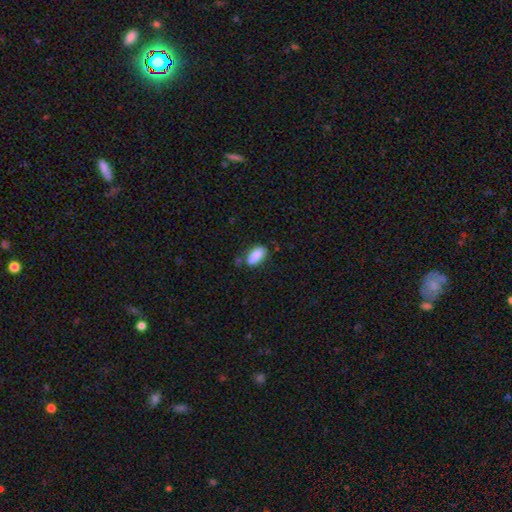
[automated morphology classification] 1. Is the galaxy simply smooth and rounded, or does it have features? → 87% smooth, 7% star or artifact, 6% featured or disk.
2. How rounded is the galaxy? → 79% in between, 18% cigar-shaped, 3% round.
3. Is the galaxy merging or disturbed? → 72% none, 19% minor disturbance, 5% merger, 4% major disturbance.